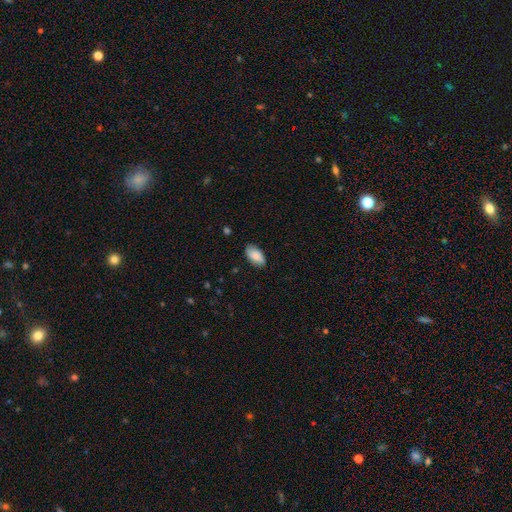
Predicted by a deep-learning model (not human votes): Smooth or featured? Predicted: smooth (p=0.87). How rounded? Predicted: in between (p=0.95). Merging? Predicted: none (p=0.82).